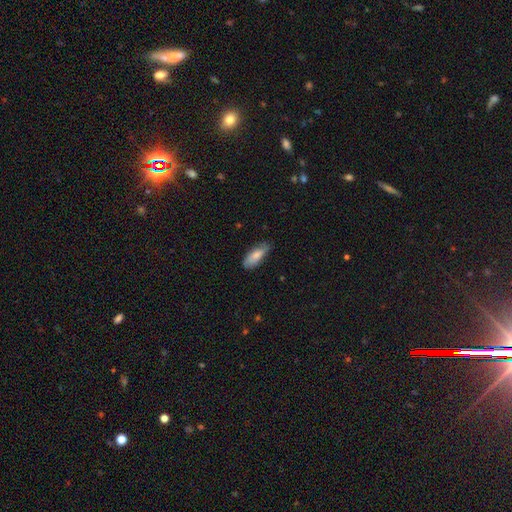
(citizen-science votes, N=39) Morphology: type=smooth (72%); roundness=in between (71%); merging=none (67%).